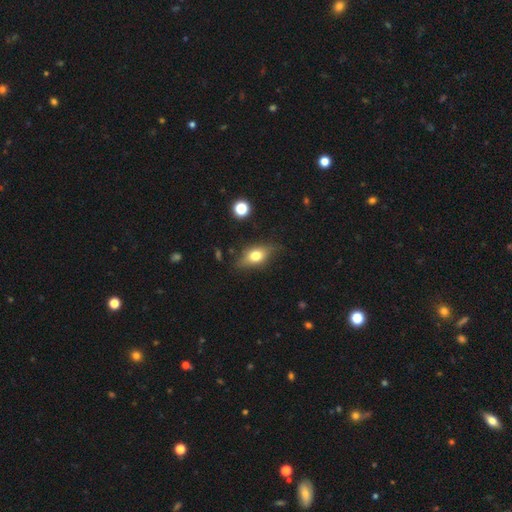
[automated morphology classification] Smooth or featured? Predicted: smooth (p=0.67). How rounded? Predicted: in between (p=0.77). Merging? Predicted: none (p=0.74).